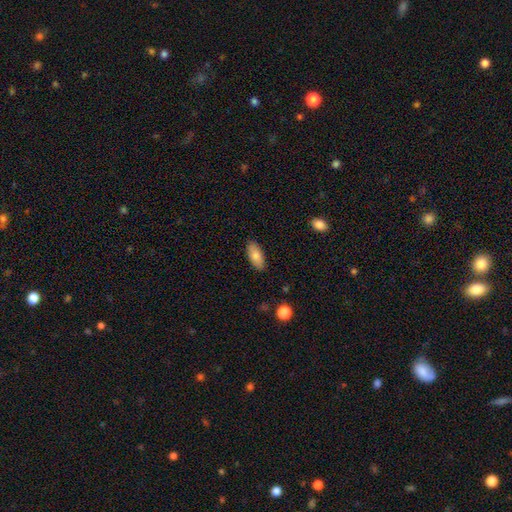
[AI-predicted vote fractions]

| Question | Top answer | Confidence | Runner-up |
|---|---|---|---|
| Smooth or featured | smooth | 79% | featured or disk (14%) |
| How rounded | in between | 85% | cigar-shaped (13%) |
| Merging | none | 87% | minor disturbance (10%) |